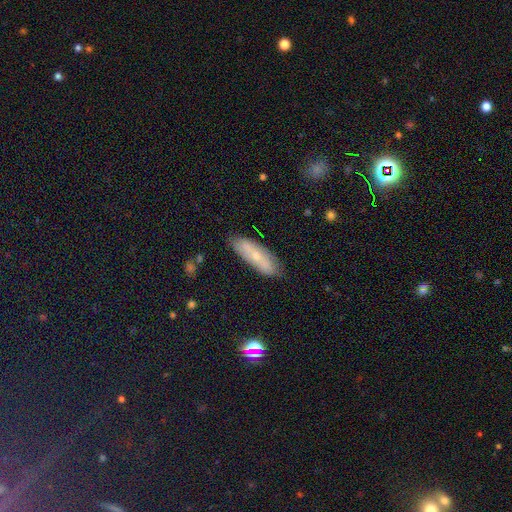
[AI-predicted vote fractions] Smooth or featured? Predicted: smooth (p=0.51). How rounded? Predicted: cigar-shaped (p=0.49). Merging? Predicted: none (p=0.76).